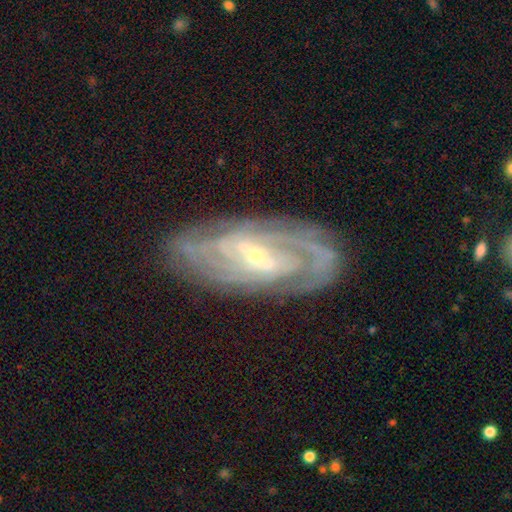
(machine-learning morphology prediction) Q: Smooth or featured?
A: featured or disk (86%); runner-up: smooth (8%)
Q: Edge-on disk?
A: no (91%); runner-up: yes (9%)
Q: Bar?
A: weak (42%); runner-up: strong (35%)
Q: Spiral arms?
A: yes (93%); runner-up: no (7%)
Q: Spiral winding?
A: tight (62%); runner-up: medium (30%)
Q: Spiral arm count?
A: can't tell (34%); runner-up: 2 (32%)
Q: Bulge size?
A: small (70%); runner-up: moderate (26%)
Q: Merging?
A: none (79%); runner-up: minor disturbance (15%)